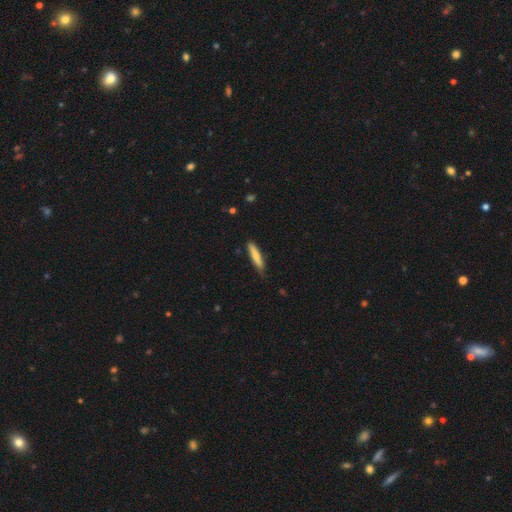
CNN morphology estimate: A smooth galaxy with no disk features (67%) that is cigar-shaped (88%).

Vote fractions:
- Smooth or featured? smooth: 67% / featured or disk: 27% / star or artifact: 6%
- How rounded? cigar-shaped: 88% / in between: 11% / round: 1%
- Merging? none: 73% / minor disturbance: 22% / major disturbance: 3% / merger: 2%